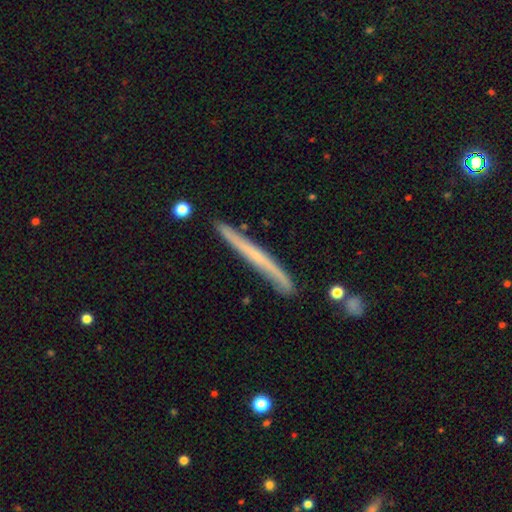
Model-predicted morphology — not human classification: Smooth or featured?
  - featured or disk: 59% *
  - smooth: 34%
  - star or artifact: 7%
Edge-on disk?
  - yes: 93% *
  - no: 7%
Edge-on bulge?
  - none: 75% *
  - rounded: 19%
  - boxy: 5%
Merging?
  - none: 81% *
  - minor disturbance: 14%
  - merger: 3%
  - major disturbance: 2%